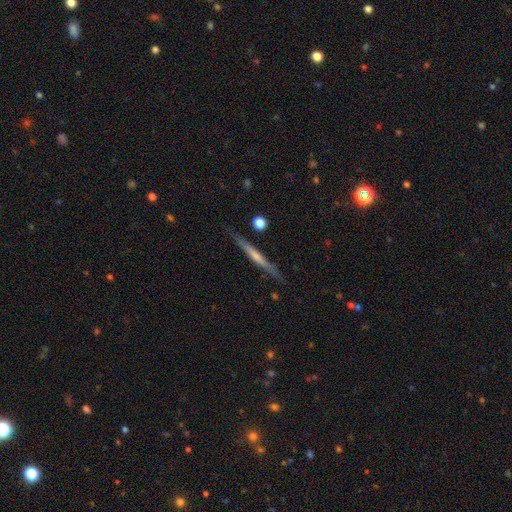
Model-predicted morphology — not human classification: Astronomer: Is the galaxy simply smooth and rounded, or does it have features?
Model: featured or disk — 65%.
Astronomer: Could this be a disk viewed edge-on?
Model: yes — 97%.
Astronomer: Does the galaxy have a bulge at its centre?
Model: none — 53% (runner-up: rounded, 37%).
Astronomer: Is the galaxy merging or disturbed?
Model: none — 88%.